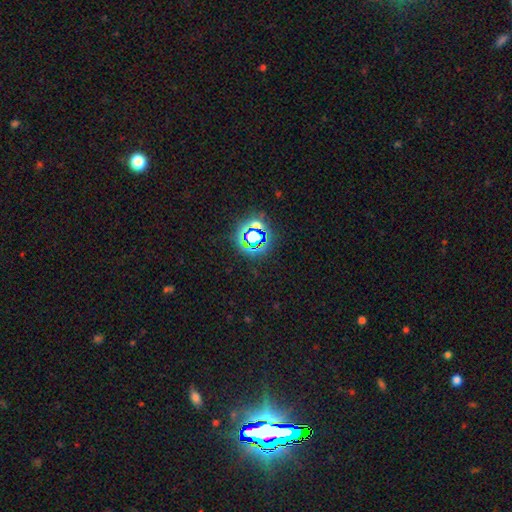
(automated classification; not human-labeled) smooth_or_featured: star or artifact (p=0.79) [alt: smooth p=0.13]